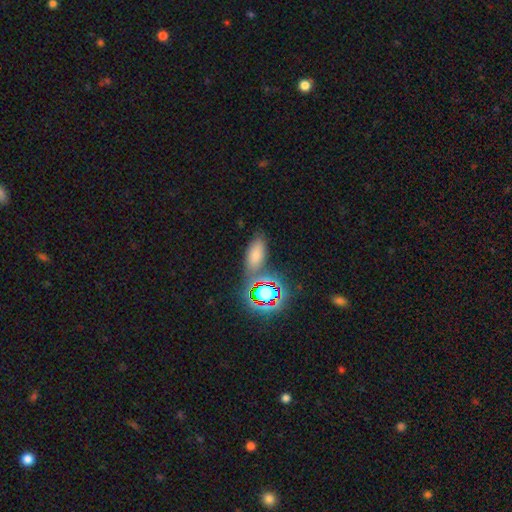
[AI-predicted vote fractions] Smooth or featured: smooth — 67% (star or artifact — 23%)
How rounded: in between — 83% (cigar-shaped — 10%)
Merging: none — 72% (minor disturbance — 14%)